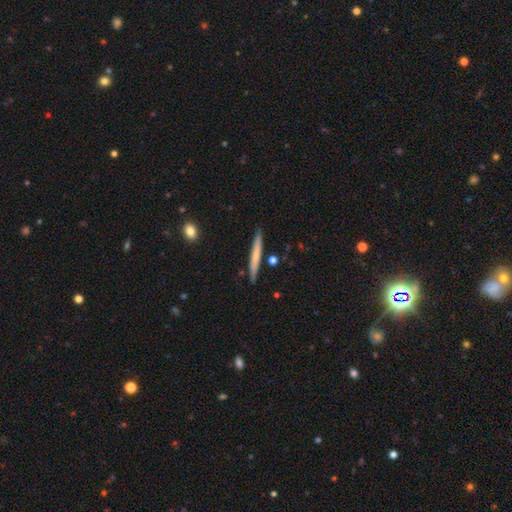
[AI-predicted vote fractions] Smooth or featured: smooth — 60% (featured or disk — 34%)
How rounded: cigar-shaped — 96% (in between — 2%)
Merging: none — 88% (minor disturbance — 8%)